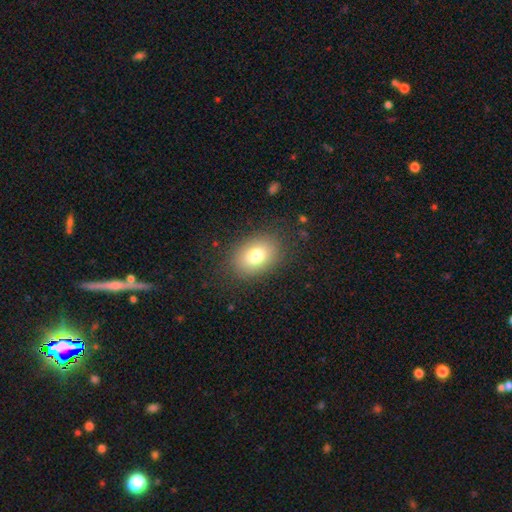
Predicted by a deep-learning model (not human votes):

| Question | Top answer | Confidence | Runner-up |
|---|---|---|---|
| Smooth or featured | smooth | 77% | featured or disk (12%) |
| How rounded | in between | 72% | round (27%) |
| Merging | none | 84% | minor disturbance (10%) |